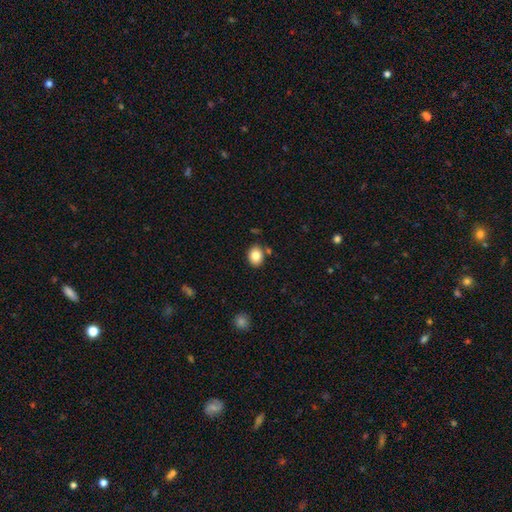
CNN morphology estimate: A smooth galaxy with no disk features (83%) that is in between round and cigar-shaped (53%). Merging: none (83%).